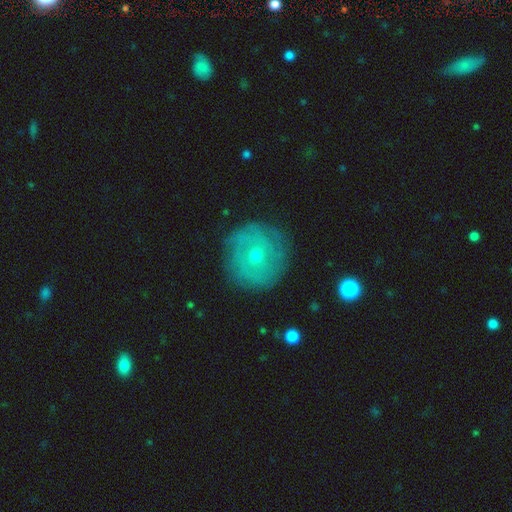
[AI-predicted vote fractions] smooth_or_featured: featured or disk (p=0.60) [alt: smooth p=0.30]
disk_edge_on: no (p=0.96) [alt: yes p=0.04]
bar: no (p=0.76) [alt: weak p=0.19]
has_spiral_arms: yes (p=0.67) [alt: no p=0.33]
bulge_size: small (p=0.59) [alt: moderate p=0.37]
merging: none (p=0.83) [alt: minor disturbance p=0.12]